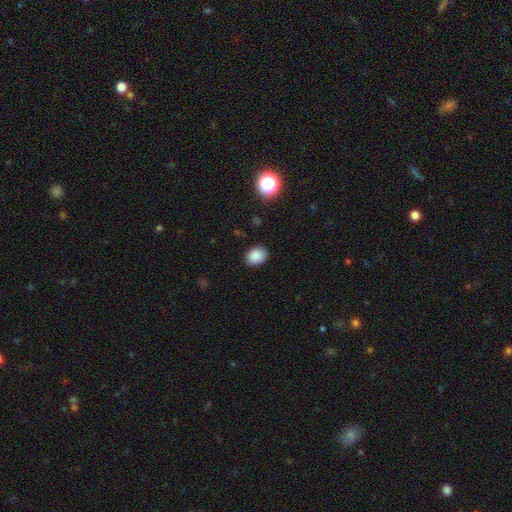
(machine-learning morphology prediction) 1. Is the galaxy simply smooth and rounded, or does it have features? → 86% smooth, 10% star or artifact, 4% featured or disk.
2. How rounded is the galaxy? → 57% in between, 42% round, 1% cigar-shaped.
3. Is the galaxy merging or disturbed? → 86% none, 10% minor disturbance, 3% major disturbance, 1% merger.